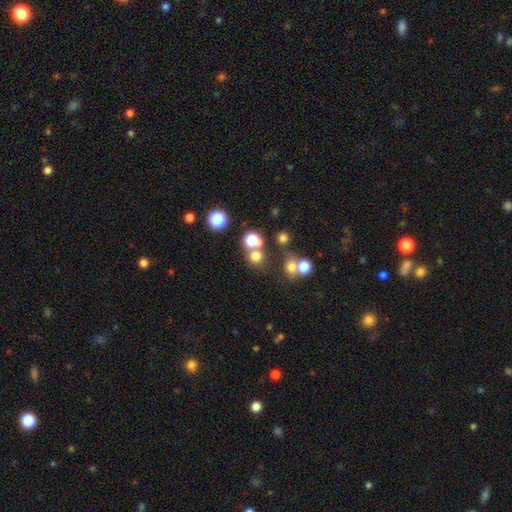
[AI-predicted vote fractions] smooth_or_featured: smooth (p=0.69) [alt: star or artifact p=0.21]
how_rounded: round (p=0.84) [alt: in between p=0.14]
merging: none (p=0.58) [alt: merger p=0.29]